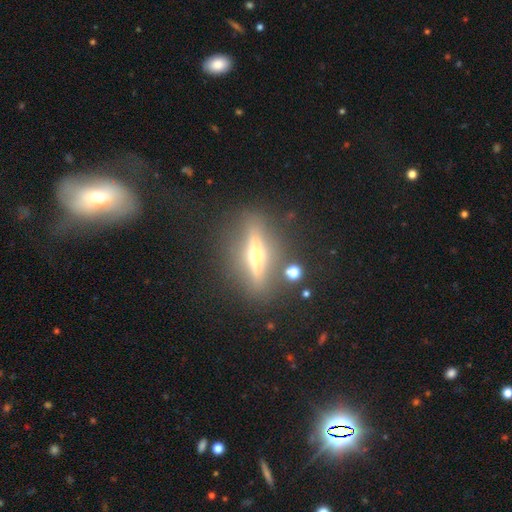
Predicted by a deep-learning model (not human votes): smooth_or_featured: featured or disk (p=0.71) [alt: smooth p=0.20]
disk_edge_on: yes (p=0.92) [alt: no p=0.08]
edge_on_bulge: rounded (p=0.92) [alt: none p=0.04]
merging: none (p=0.80) [alt: minor disturbance p=0.11]